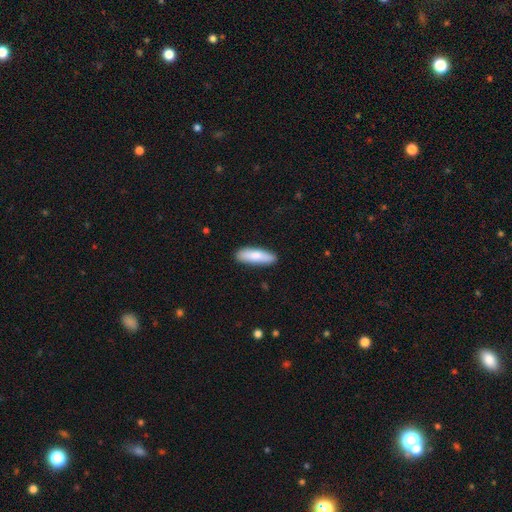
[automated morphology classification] Q: Smooth or featured?
A: smooth (81%); runner-up: featured or disk (13%)
Q: How rounded?
A: cigar-shaped (55%); runner-up: in between (43%)
Q: Merging?
A: none (88%); runner-up: minor disturbance (9%)